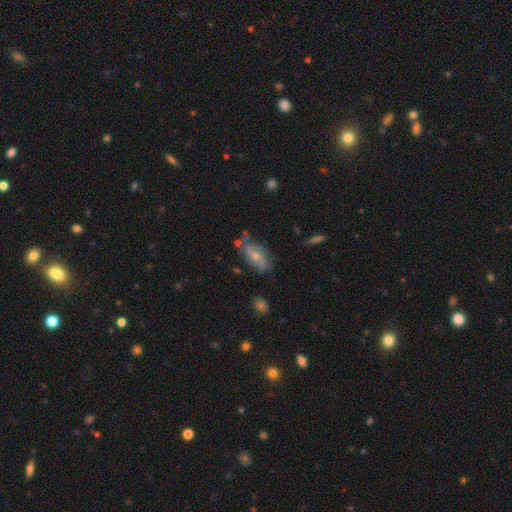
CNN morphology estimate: A featured or disk galaxy (65%) with no bar (50%), 2 (74%) medium (42%) spiral arms (88%) and a small central bulge (44%, tied with moderate).

Vote fractions:
- Smooth or featured? featured or disk: 65% / smooth: 26% / star or artifact: 8%
- Edge-on disk? no: 94% / yes: 6%
- Bar? no: 50% / weak: 41% / strong: 9%
- Spiral arms? yes: 88% / no: 12%
- Spiral winding? medium: 42% / loose: 38% / tight: 20%
- Spiral arm count? 2: 74% / can't tell: 15% / 3: 5% / 1: 3% / 4: 2% / more than 4: 2%
- Bulge size? small: 44% (tied) / moderate: 44% (tied) / none: 7% / large: 4% / dominant: 1%
- Merging? none: 56% / minor disturbance: 26% / major disturbance: 11% / merger: 7%